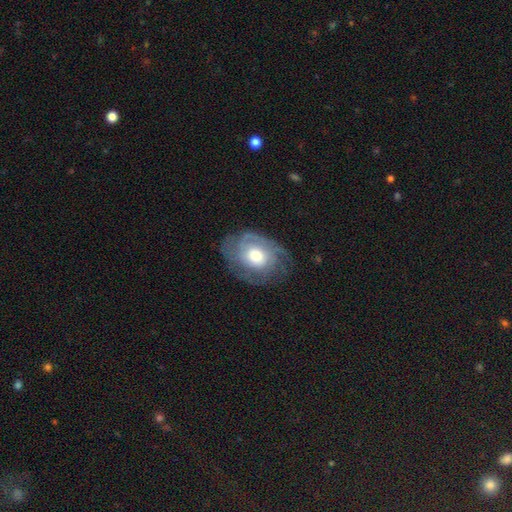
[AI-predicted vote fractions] Smooth or featured?
  - featured or disk: 73% *
  - smooth: 20%
  - star or artifact: 7%
Edge-on disk?
  - no: 96% *
  - yes: 4%
Bar?
  - no: 79% *
  - weak: 18%
  - strong: 3%
Spiral arms?
  - yes: 87% *
  - no: 13%
Spiral winding?
  - tight: 55% *
  - medium: 33%
  - loose: 12%
Spiral arm count?
  - can't tell: 39% *
  - 2: 22%
  - 3: 20%
  - 4: 7%
  - 1: 7%
  - more than 4: 5%
Bulge size?
  - moderate: 52% *
  - large: 38%
  - small: 6%
  - dominant: 3%
  - none: 1%
Merging?
  - none: 66% *
  - minor disturbance: 21%
  - major disturbance: 12%
  - merger: 1%